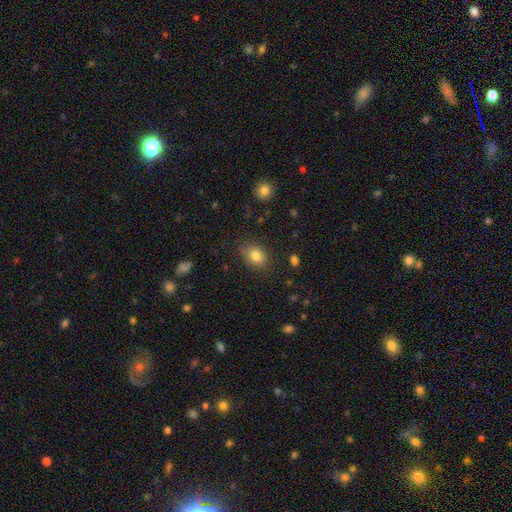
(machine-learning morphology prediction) A smooth galaxy with no disk features (82%) that is in between round and cigar-shaped (59%). Merging: none (79%).